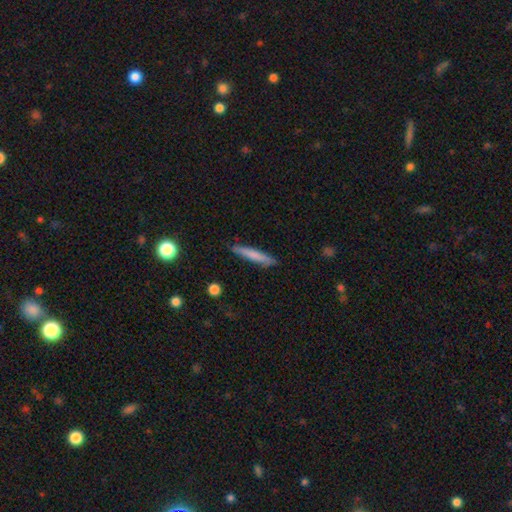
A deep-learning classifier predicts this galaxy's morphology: smooth_or_featured: smooth (p=0.73) [alt: featured or disk p=0.21]
how_rounded: cigar-shaped (p=0.93) [alt: in between p=0.06]
merging: none (p=0.85) [alt: minor disturbance p=0.12]